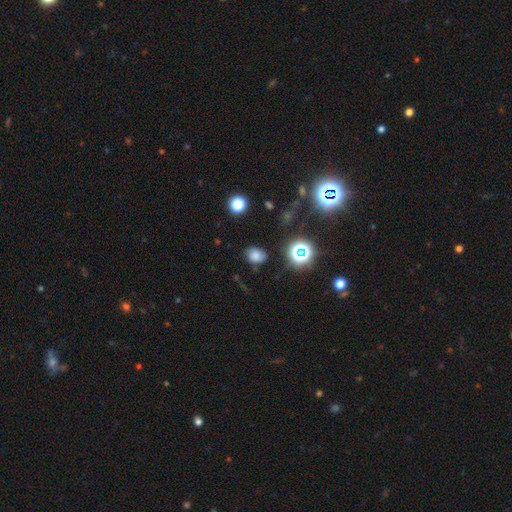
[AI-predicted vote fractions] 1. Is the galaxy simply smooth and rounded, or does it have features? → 71% smooth, 20% star or artifact, 9% featured or disk.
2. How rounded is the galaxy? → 61% in between, 38% round, 1% cigar-shaped.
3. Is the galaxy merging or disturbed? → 74% none, 18% minor disturbance, 5% major disturbance, 3% merger.